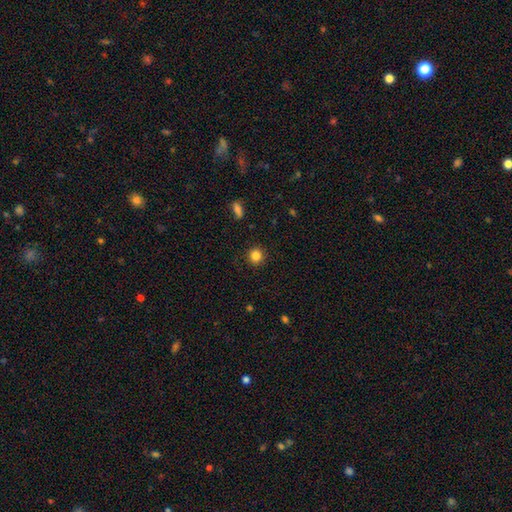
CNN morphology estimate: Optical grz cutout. It shows a smooth galaxy with no disk features (84%) that is round (92%). Merging: none (91%).